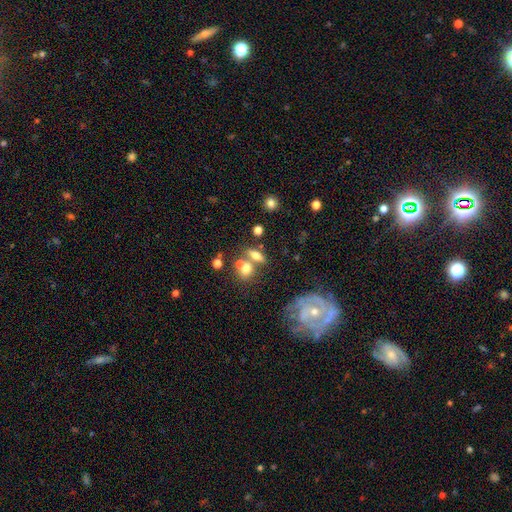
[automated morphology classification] This appears to be a smooth galaxy with no disk features (58%) that is in between round and cigar-shaped (61%). Merging: none (43%).